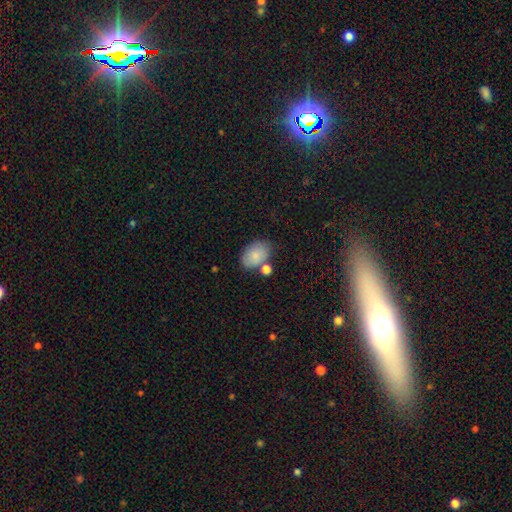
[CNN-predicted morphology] Overall: smooth (82%). How rounded: in between (86%). Merging: none (65%).